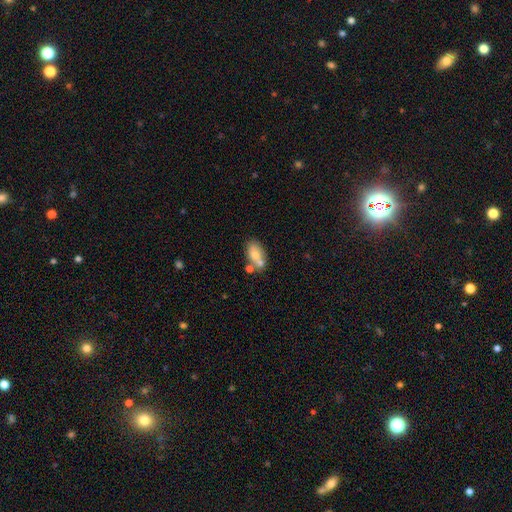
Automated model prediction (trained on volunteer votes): A smooth galaxy with no disk features (66%) that is in between round and cigar-shaped (88%).

Vote fractions:
- Smooth or featured? smooth: 66% / featured or disk: 25% / star or artifact: 8%
- How rounded? in between: 88% / round: 9% / cigar-shaped: 3%
- Merging? none: 48% / merger: 30% / minor disturbance: 16% / major disturbance: 6%